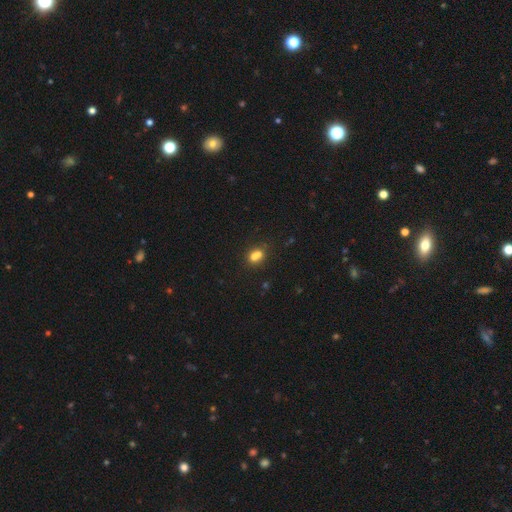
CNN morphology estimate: This is likely a smooth galaxy (71%). How rounded: possibly in between (49%, tied with round). Merging: possibly merger (46%).